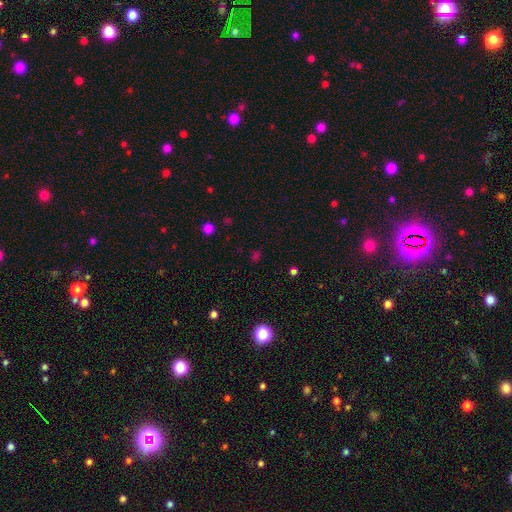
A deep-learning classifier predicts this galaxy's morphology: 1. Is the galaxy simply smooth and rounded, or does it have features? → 48% smooth, 45% star or artifact, 7% featured or disk.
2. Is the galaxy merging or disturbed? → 79% none, 12% minor disturbance, 6% major disturbance, 4% merger.